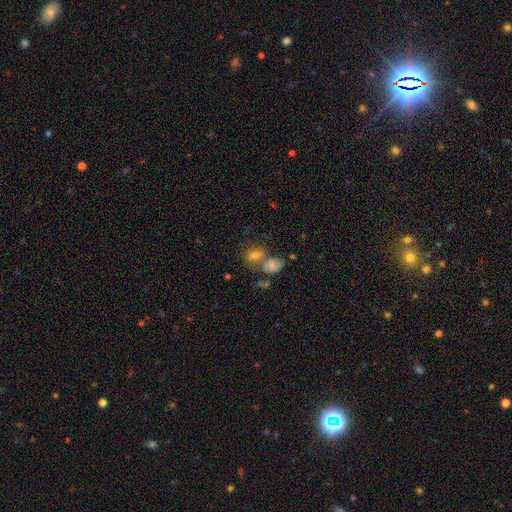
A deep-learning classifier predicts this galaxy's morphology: This appears to be a smooth galaxy with no disk features (47%). Merging: merger (44%).